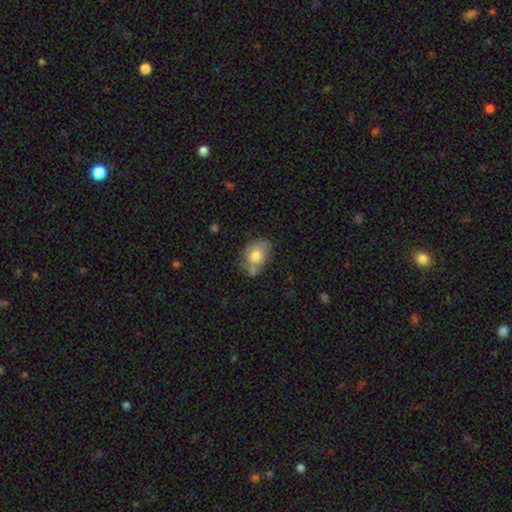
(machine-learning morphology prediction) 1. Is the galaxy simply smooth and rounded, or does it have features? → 73% smooth, 19% featured or disk, 8% star or artifact.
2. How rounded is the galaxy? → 68% in between, 31% round, 1% cigar-shaped.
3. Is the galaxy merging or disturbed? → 55% none, 24% minor disturbance, 15% merger, 6% major disturbance.